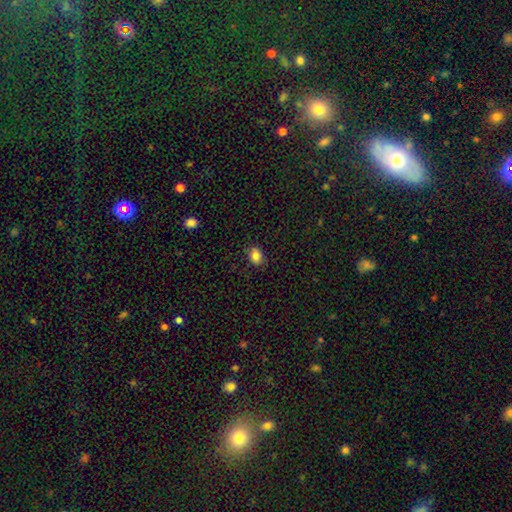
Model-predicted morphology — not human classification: Smooth or featured? Predicted: smooth (p=0.83). How rounded? Predicted: in between (p=0.60). Merging? Predicted: none (p=0.83).